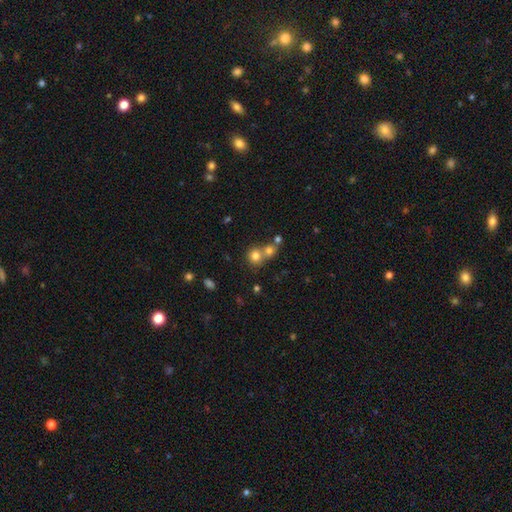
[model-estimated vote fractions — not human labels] Overall: smooth (75%). How rounded: round (84%). Merging: merger (48%; none 43%).